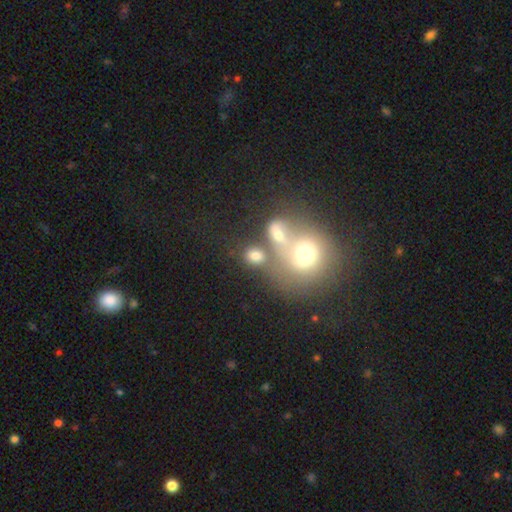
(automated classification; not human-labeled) A smooth galaxy with no disk features (71%) that is round (55%).

Vote fractions:
- Smooth or featured? smooth: 71% / star or artifact: 15% / featured or disk: 14%
- How rounded? round: 55% / in between: 43% / cigar-shaped: 2%
- Merging? none: 42% / merger: 39% / minor disturbance: 11% / major disturbance: 8%